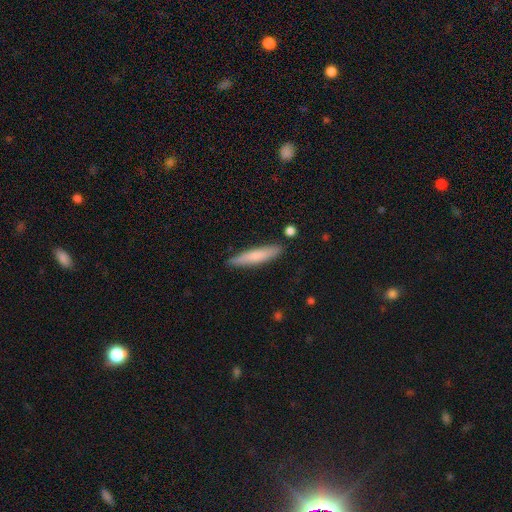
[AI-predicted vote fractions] This appears to be a smooth galaxy with no disk features (72%) that is cigar-shaped (87%). Merging: none (86%).